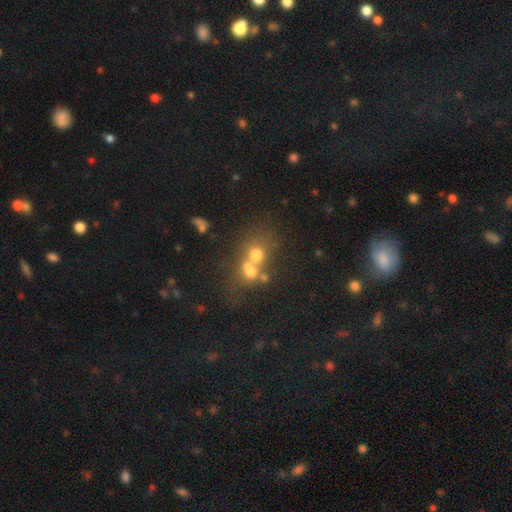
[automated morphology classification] Overall: smooth (59%; featured or disk 23%). How rounded: round (67%; in between 32%). Merging: merger (58%; none 28%).